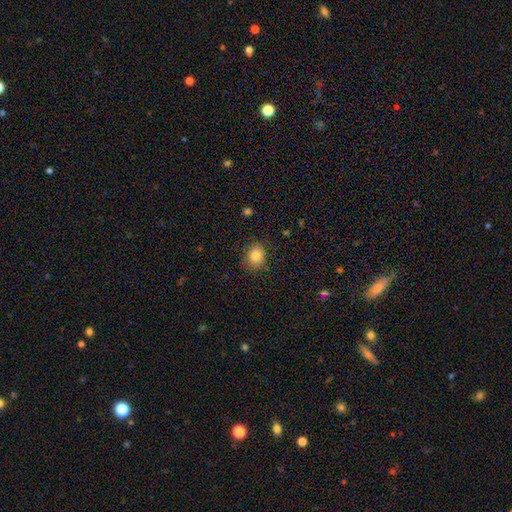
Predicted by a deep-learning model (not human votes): Smooth or featured: smooth — 83% (star or artifact — 10%)
How rounded: round — 68% (in between — 31%)
Merging: none — 82% (minor disturbance — 13%)